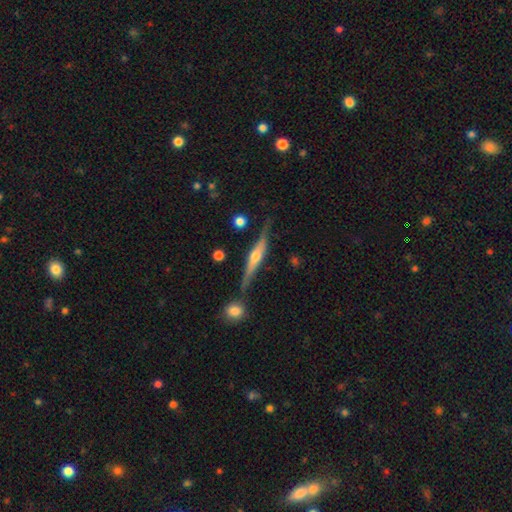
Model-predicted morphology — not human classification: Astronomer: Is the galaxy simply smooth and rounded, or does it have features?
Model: featured or disk — 73%.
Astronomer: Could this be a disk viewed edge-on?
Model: yes — 96%.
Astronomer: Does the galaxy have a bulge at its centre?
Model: rounded — 86%.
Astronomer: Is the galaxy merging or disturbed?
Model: none — 75%.